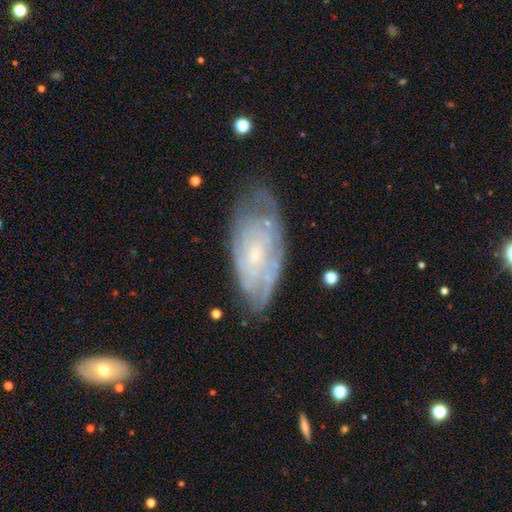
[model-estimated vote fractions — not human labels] A featured or disk galaxy (71%) with no bar (77%), spiral arms (73%) and a small central bulge (76%).

Vote fractions:
- Smooth or featured? featured or disk: 71% / smooth: 22% / star or artifact: 7%
- Edge-on disk? no: 91% / yes: 9%
- Bar? no: 77% / weak: 20% / strong: 3%
- Spiral arms? yes: 73% / no: 27%
- Bulge size? small: 76% / moderate: 16% / none: 6% / large: 1% / dominant: 1%
- Merging? none: 63% / minor disturbance: 25% / major disturbance: 9% / merger: 3%